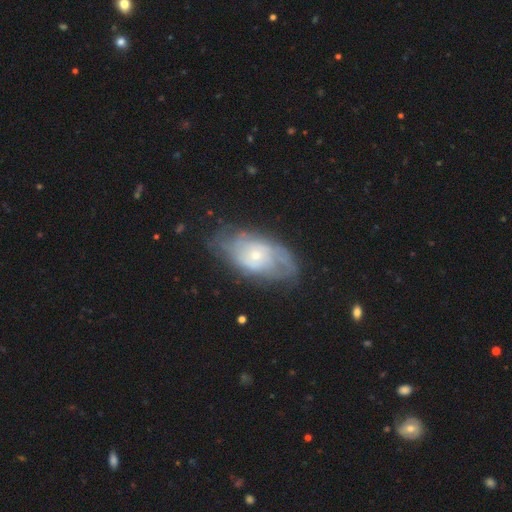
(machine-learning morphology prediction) Overall: featured or disk (69%). Edge-on disk: no (93%). Bar: no (77%). Spiral arms: yes (80%). Spiral arm count: can't tell (51%; 2 28%). Spiral winding: tight (53%; medium 33%). Bulge size: small (66%; moderate 29%). Merging: none (66%).